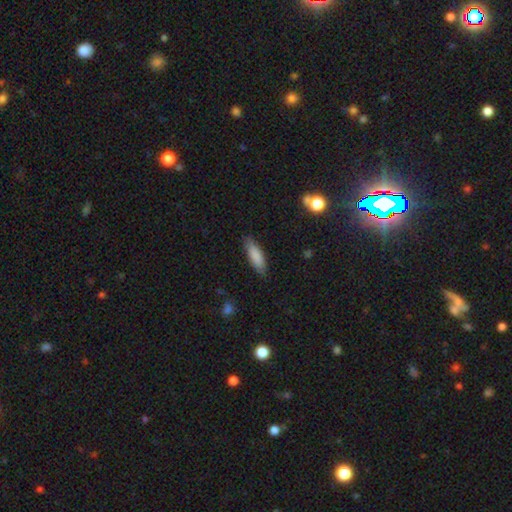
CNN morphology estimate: Smooth or featured?
  - smooth: 85% *
  - featured or disk: 9%
  - star or artifact: 6%
How rounded?
  - in between: 50% *
  - cigar-shaped: 48%
  - round: 2%
Merging?
  - none: 84% *
  - minor disturbance: 12%
  - major disturbance: 2%
  - merger: 1%